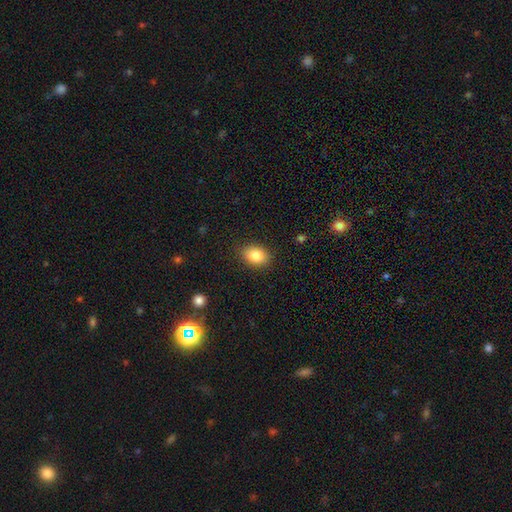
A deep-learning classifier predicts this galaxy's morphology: Smooth or featured? smooth (85%)
How rounded? in between (75%)
Merging? none (87%)